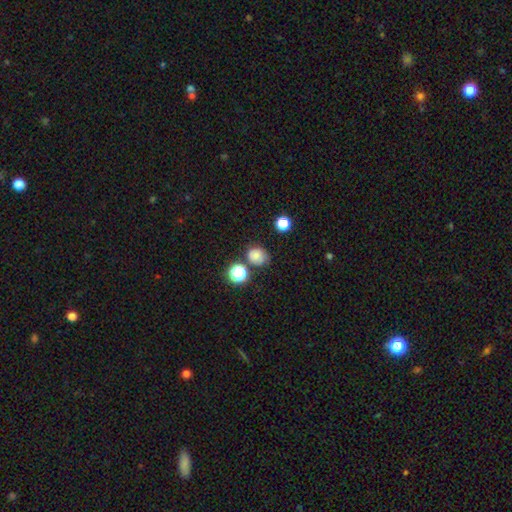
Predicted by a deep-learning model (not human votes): The model was most divided on "how rounded": round: 70%, in between: 29%, cigar-shaped: 1%. More confident: smooth or featured — smooth (74%); merging — none (67%).